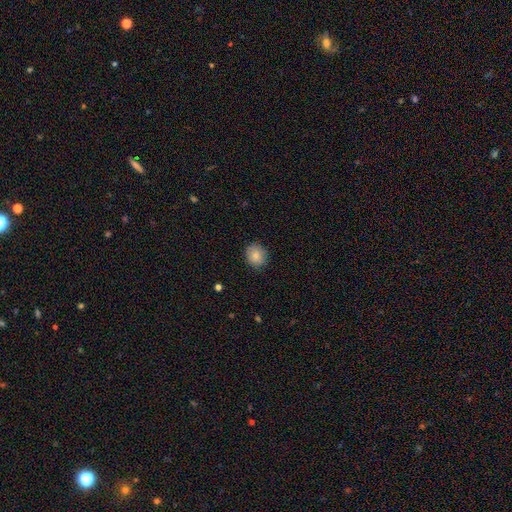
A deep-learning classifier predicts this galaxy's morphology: Smooth or featured? Predicted: smooth (p=0.84). How rounded? Predicted: round (p=0.77). Merging? Predicted: none (p=0.86).